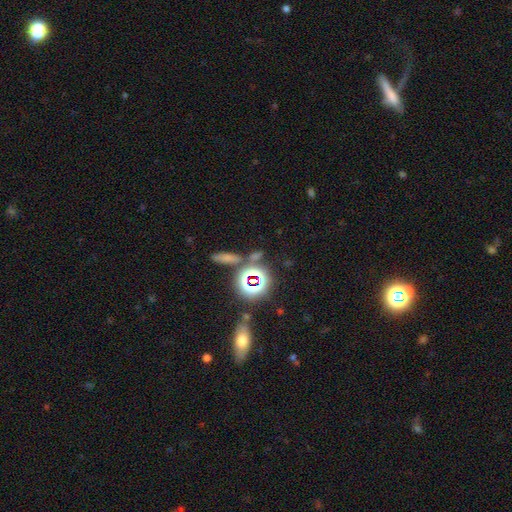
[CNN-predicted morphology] This appears to be a star or artifact, not a galaxy (52%).